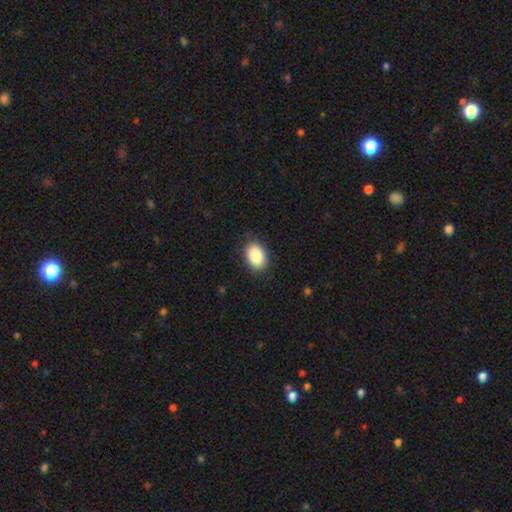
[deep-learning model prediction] Smooth or featured?
  - smooth: 89% *
  - star or artifact: 7%
  - featured or disk: 5%
How rounded?
  - in between: 82% *
  - round: 17%
  - cigar-shaped: 1%
Merging?
  - none: 85% *
  - minor disturbance: 11%
  - major disturbance: 3%
  - merger: 1%